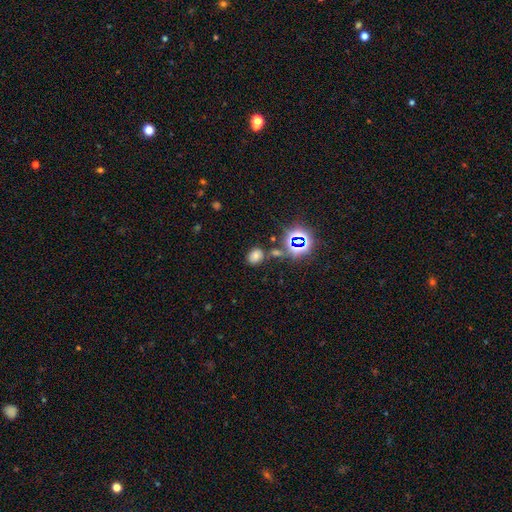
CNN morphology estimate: Smooth or featured?
  - smooth: 60% *
  - star or artifact: 29%
  - featured or disk: 11%
How rounded?
  - in between: 56% *
  - round: 43%
  - cigar-shaped: 1%
Merging?
  - none: 75% *
  - minor disturbance: 12%
  - merger: 8%
  - major disturbance: 4%